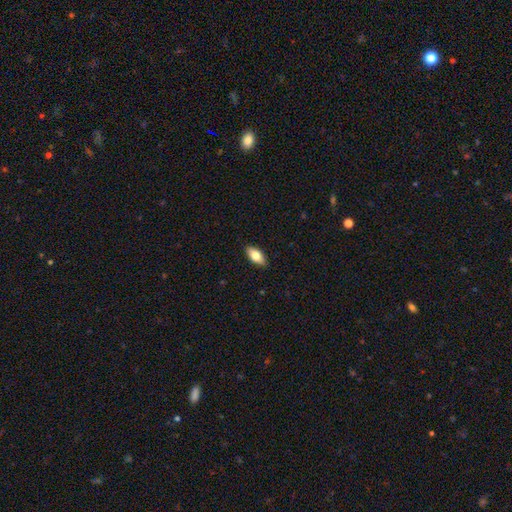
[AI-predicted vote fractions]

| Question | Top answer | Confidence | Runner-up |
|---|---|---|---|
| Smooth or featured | smooth | 76% | featured or disk (17%) |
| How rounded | in between | 88% | cigar-shaped (9%) |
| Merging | none | 89% | minor disturbance (8%) |